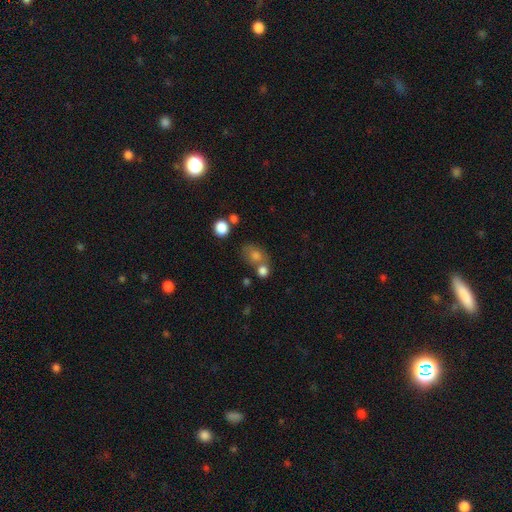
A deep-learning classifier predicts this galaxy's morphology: smooth 73%, star or artifact 15%, featured or disk 13%. Down the decision tree: how rounded — in between (52%); merging — none (49%).